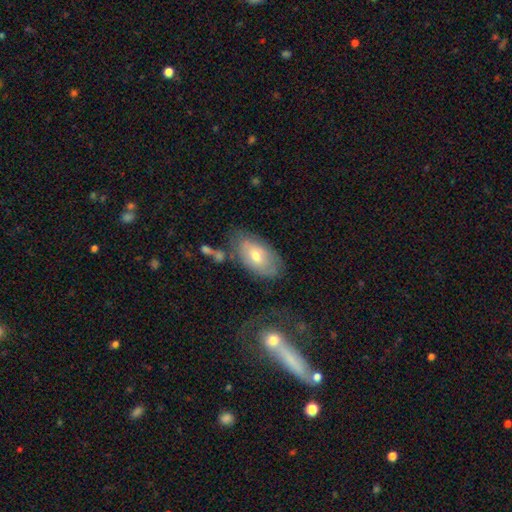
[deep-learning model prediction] A smooth galaxy with no disk features (57%) that is in between round and cigar-shaped (92%). Merging: none (62%).